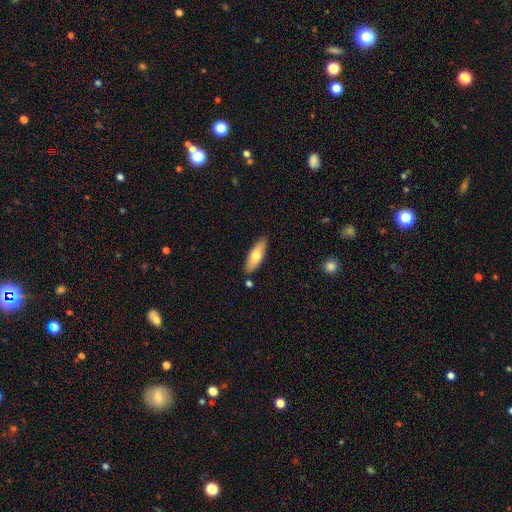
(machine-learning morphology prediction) This is likely a smooth galaxy (70%). How rounded: possibly in between (59%). Merging: clearly none (84%).